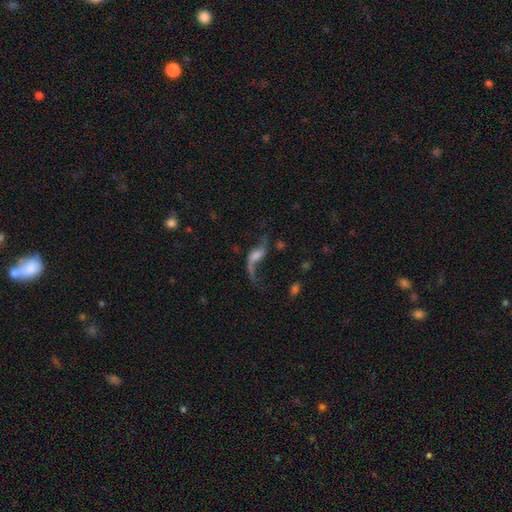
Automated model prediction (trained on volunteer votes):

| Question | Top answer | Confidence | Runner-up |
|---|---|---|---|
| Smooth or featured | featured or disk | 74% | smooth (17%) |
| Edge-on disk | no | 92% | yes (8%) |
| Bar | no | 44% | weak (37%) |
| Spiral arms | yes | 88% | no (12%) |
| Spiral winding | loose | 93% | medium (6%) |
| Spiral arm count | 2 | 75% | 1 (21%) |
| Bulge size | none | 29% | small (27%) |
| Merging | none | 43% | major disturbance (32%) |